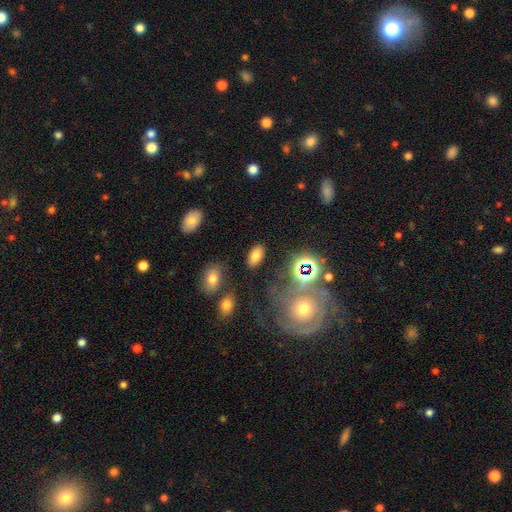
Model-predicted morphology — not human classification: smooth 74%, star or artifact 16%, featured or disk 10%. Down the decision tree: how rounded — in between (92%); merging — none (84%).